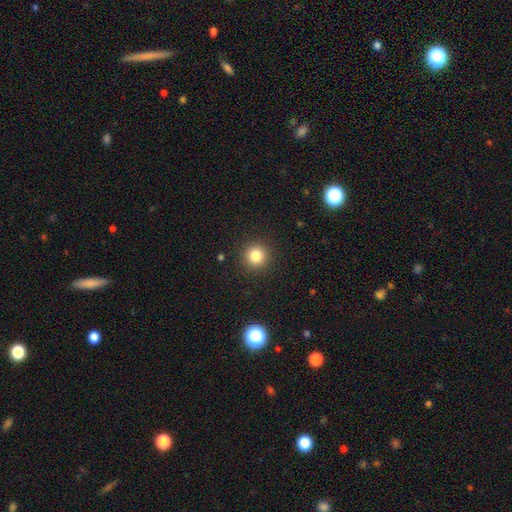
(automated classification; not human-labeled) smooth-or-featured: smooth: 82% | star or artifact: 13% | featured or disk: 6%
  how-rounded: round: 94% | in between: 5% | cigar-shaped: 1%
  merging: none: 91% | minor disturbance: 5% | major disturbance: 2% | merger: 1%